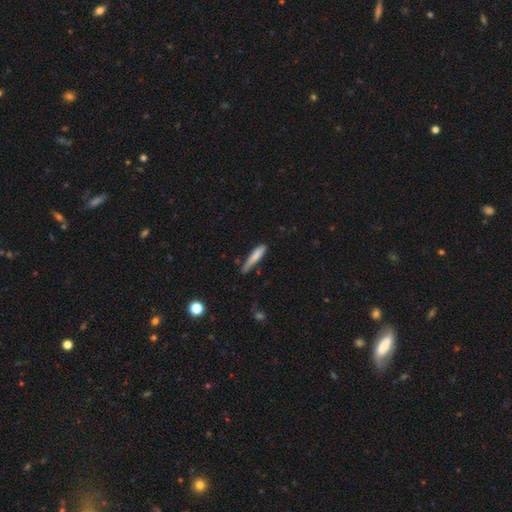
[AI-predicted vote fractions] Overall: smooth (78%). How rounded: cigar-shaped (88%). Merging: none (58%; minor disturbance 31%).